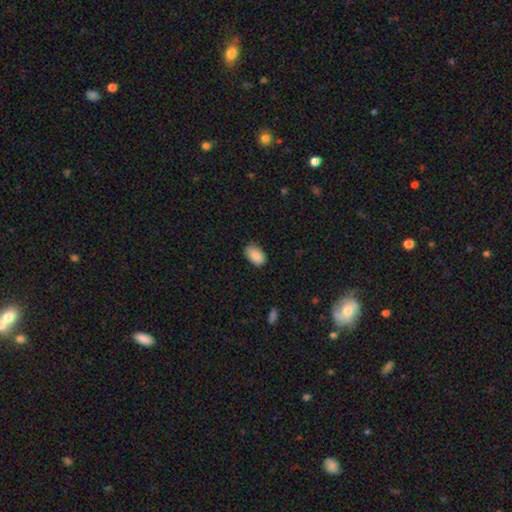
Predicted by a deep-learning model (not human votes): Overall: smooth (89%). How rounded: in between (94%). Merging: none (81%).